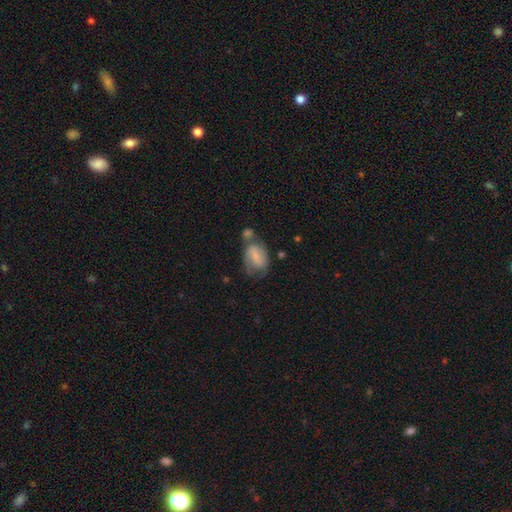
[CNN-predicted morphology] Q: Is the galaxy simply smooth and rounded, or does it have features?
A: smooth — 55%.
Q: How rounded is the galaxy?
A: in between — 79%.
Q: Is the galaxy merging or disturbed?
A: merger — 34%.